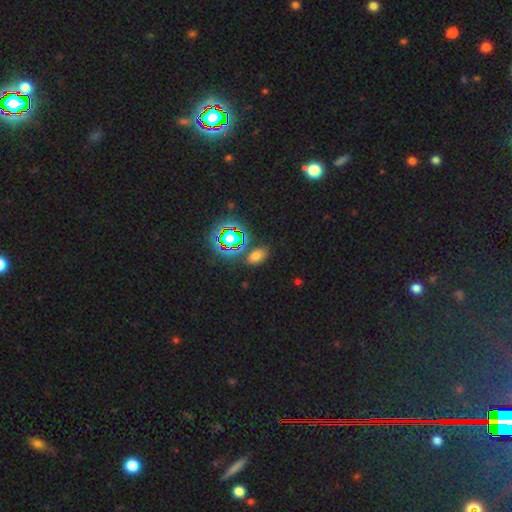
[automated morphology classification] smooth 58%, star or artifact 33%, featured or disk 9%. Down the decision tree: how rounded — in between (82%); merging — none (76%).